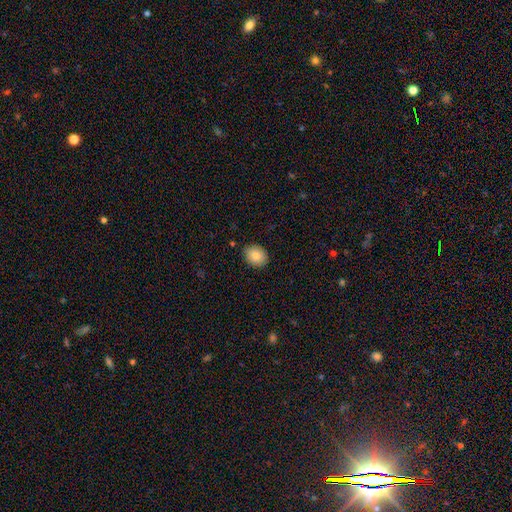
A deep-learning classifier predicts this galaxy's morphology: This appears to be a smooth galaxy with no disk features (87%) that is in between round and cigar-shaped (54%). Merging: none (86%).